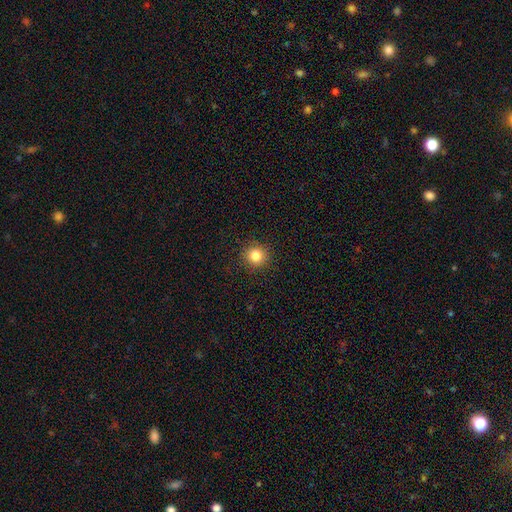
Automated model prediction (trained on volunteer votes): This is clearly a smooth galaxy (83%). How rounded: clearly round (93%). Merging: clearly none (91%).